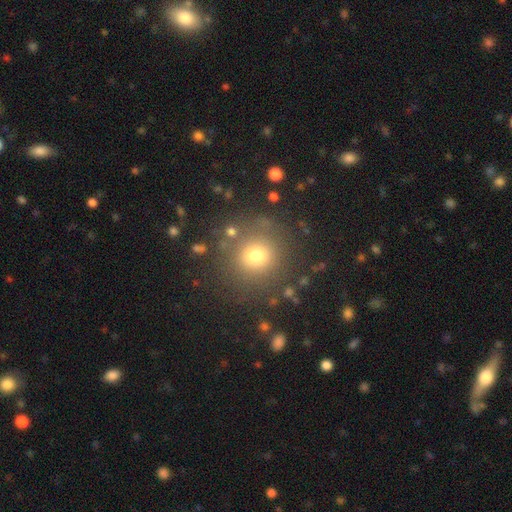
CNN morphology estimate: Q: Smooth or featured?
A: smooth (74%); runner-up: star or artifact (16%)
Q: How rounded?
A: round (92%); runner-up: in between (7%)
Q: Merging?
A: none (83%); runner-up: minor disturbance (9%)